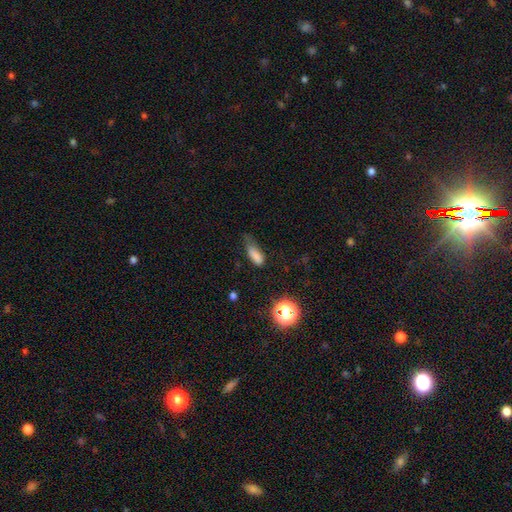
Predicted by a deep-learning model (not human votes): Smooth or featured? Predicted: smooth (p=0.78). How rounded? Predicted: in between (p=0.69). Merging? Predicted: minor disturbance (p=0.41).